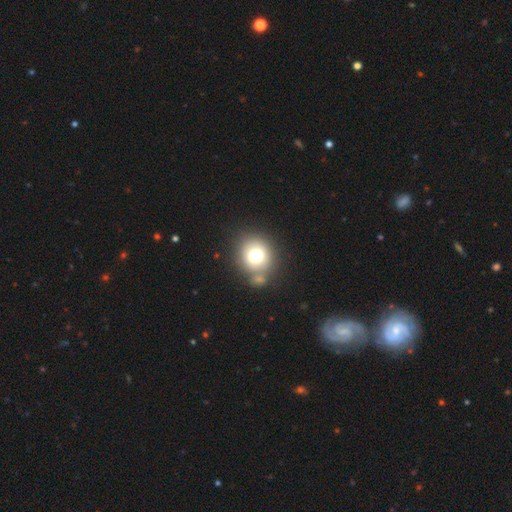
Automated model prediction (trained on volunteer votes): Smooth or featured? Predicted: smooth (p=0.75). How rounded? Predicted: round (p=0.81). Merging? Predicted: none (p=0.66).